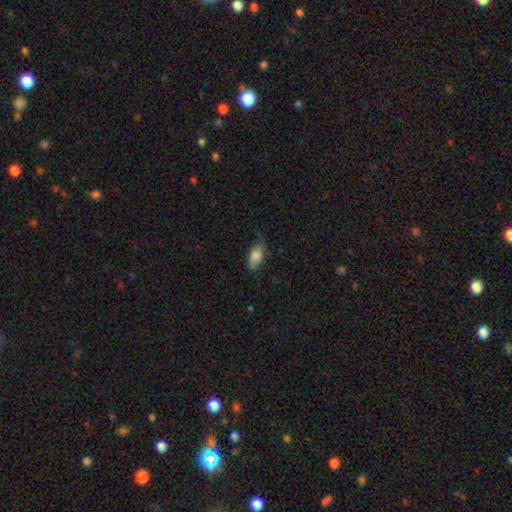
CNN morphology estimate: Q: Smooth or featured?
A: smooth (75%); runner-up: featured or disk (18%)
Q: How rounded?
A: in between (88%); runner-up: cigar-shaped (8%)
Q: Merging?
A: none (62%); runner-up: minor disturbance (28%)